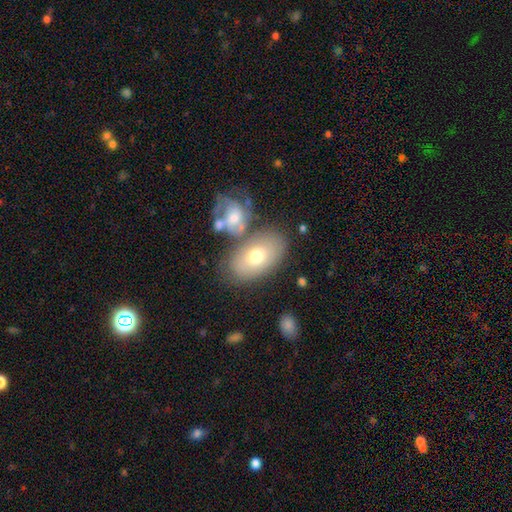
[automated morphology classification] smooth 64%, featured or disk 29%, star or artifact 7%. Down the decision tree: how rounded — in between (90%); merging — none (56%).